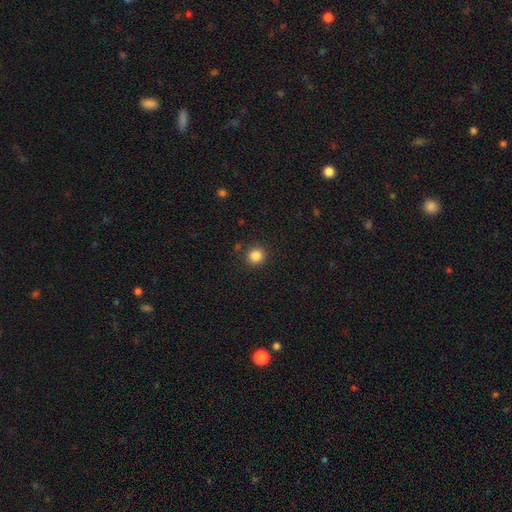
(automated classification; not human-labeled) Smooth or featured? Predicted: smooth (p=0.85). How rounded? Predicted: round (p=0.93). Merging? Predicted: none (p=0.90).